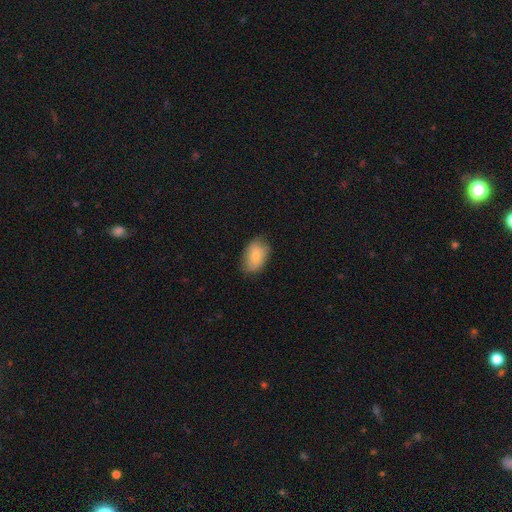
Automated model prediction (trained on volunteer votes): Q: Smooth or featured?
A: smooth (74%); runner-up: featured or disk (19%)
Q: How rounded?
A: in between (85%); runner-up: round (13%)
Q: Merging?
A: none (72%); runner-up: minor disturbance (22%)